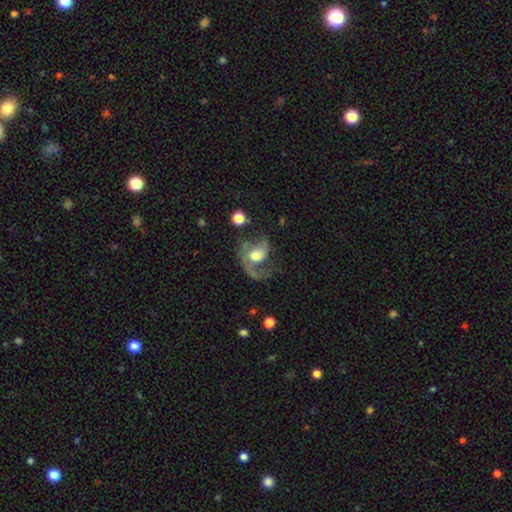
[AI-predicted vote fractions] Morphology: type=featured or disk (72%); edge-on=no (97%); bar=no (66%); spiral arms=yes (87%); winding=loose (49%); arm count=1 (54%); bulge=moderate (60%); merging=major disturbance (46%).